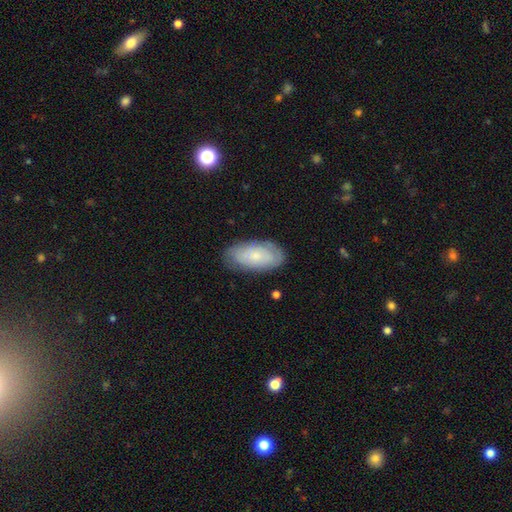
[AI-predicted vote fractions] smooth-or-featured: smooth: 57% | featured or disk: 36% | star or artifact: 7%
  how-rounded: in between: 92% | cigar-shaped: 5% | round: 3%
  merging: none: 79% | minor disturbance: 16% | major disturbance: 4% | merger: 1%